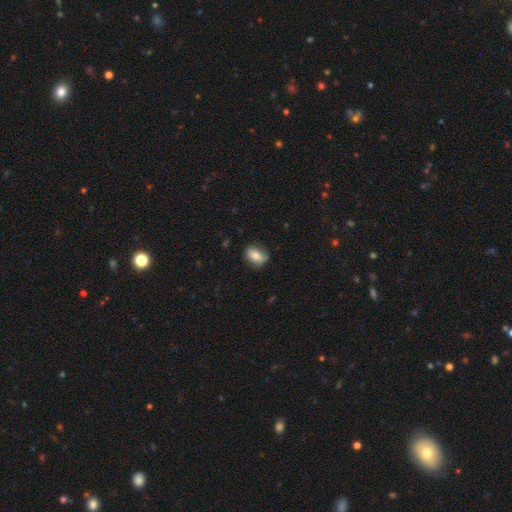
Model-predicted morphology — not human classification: type=smooth (74%); roundness=in between (75%); merging=none (74%).